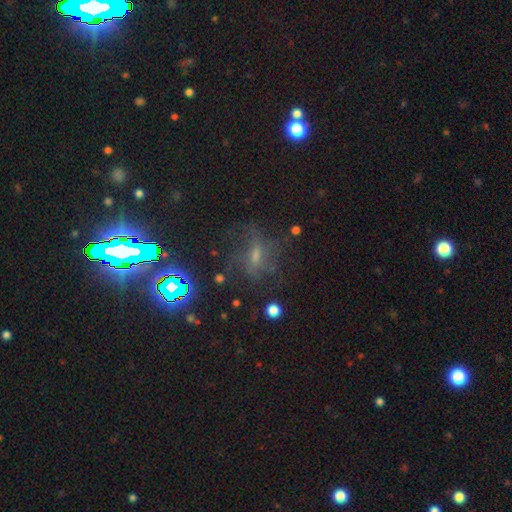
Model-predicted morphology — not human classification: Smooth or featured? featured or disk (35%)
Merging? none (56%)